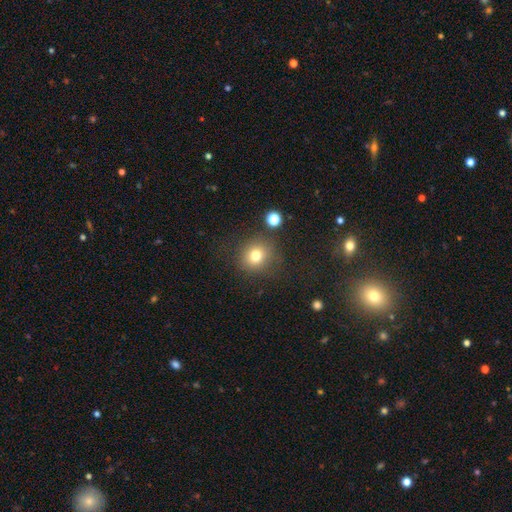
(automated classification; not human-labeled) Smooth or featured: smooth — 77% (star or artifact — 14%)
How rounded: round — 85% (in between — 14%)
Merging: none — 80% (minor disturbance — 11%)